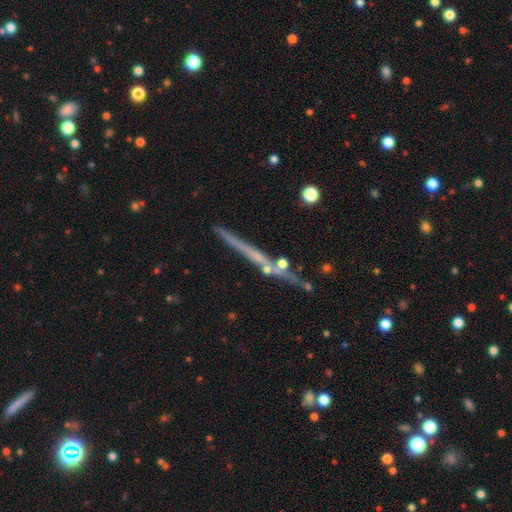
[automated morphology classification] A featured or disk galaxy (57%) viewed edge-on (96%) with no central bulge (78%).

Vote fractions:
- Smooth or featured? featured or disk: 57% / smooth: 31% / star or artifact: 12%
- Edge-on disk? yes: 96% / no: 4%
- Edge-on bulge? none: 78% / rounded: 18% / boxy: 4%
- Merging? none: 83% / minor disturbance: 10% / merger: 4% / major disturbance: 3%